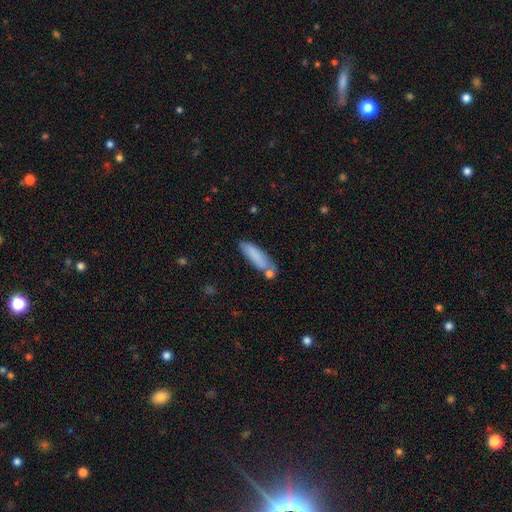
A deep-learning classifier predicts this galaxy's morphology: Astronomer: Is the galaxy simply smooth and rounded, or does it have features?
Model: smooth — 82%.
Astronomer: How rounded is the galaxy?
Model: cigar-shaped — 65%.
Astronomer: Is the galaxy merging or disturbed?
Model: none — 63%.